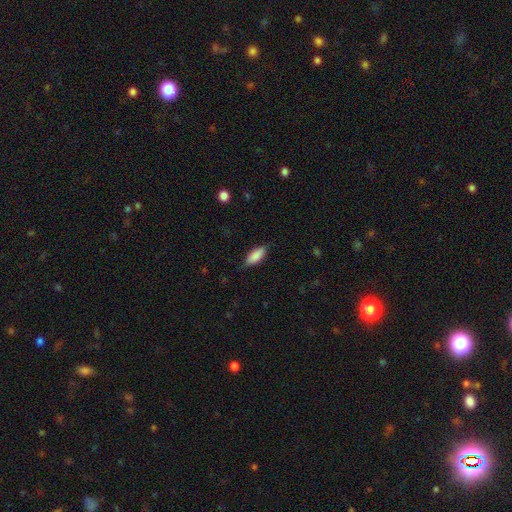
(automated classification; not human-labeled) This appears to be a smooth galaxy with no disk features (87%) that is in between round and cigar-shaped (80%). Merging: none (81%).